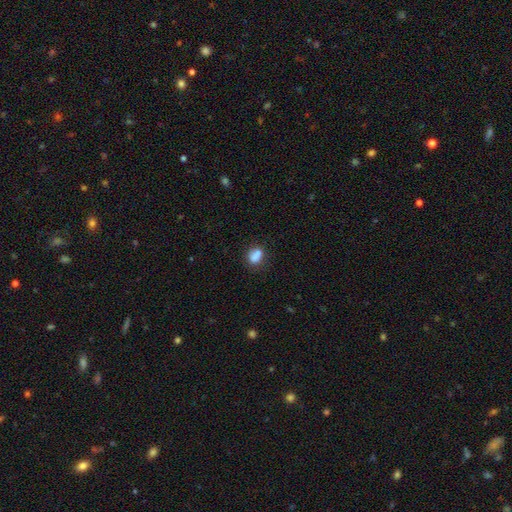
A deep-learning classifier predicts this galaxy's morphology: This is clearly a smooth galaxy (82%). How rounded: likely in between (65%). Merging: possibly none (60%).